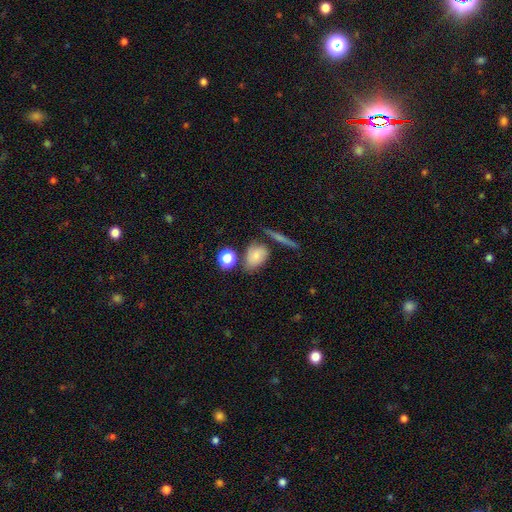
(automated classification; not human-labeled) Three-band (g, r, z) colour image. It shows a smooth galaxy with no disk features (71%) that is in between round and cigar-shaped (63%). Merging: none (55%).